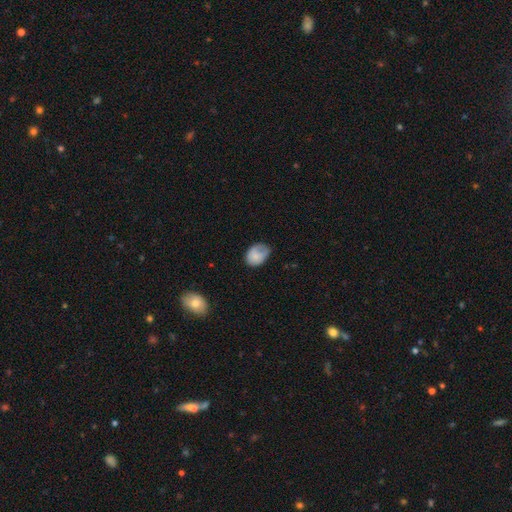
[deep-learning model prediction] This appears to be a smooth galaxy with no disk features (76%) that is in between round and cigar-shaped (63%). Merging: none (46%).